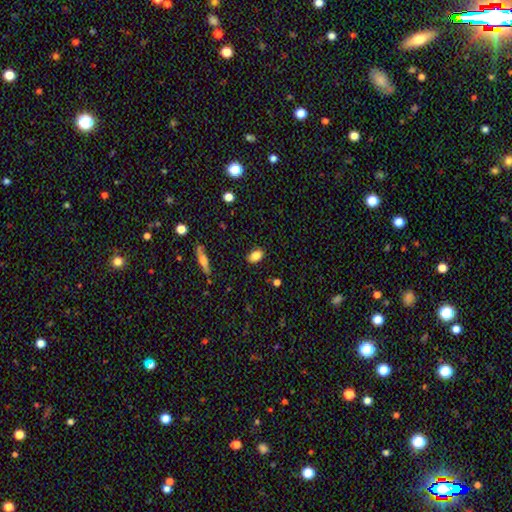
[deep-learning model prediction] A smooth galaxy with no disk features (84%) that is in between round and cigar-shaped (87%). Merging: none (87%).